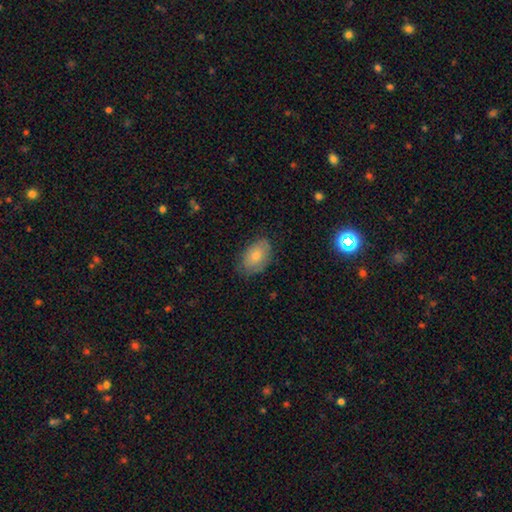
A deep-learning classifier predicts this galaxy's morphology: smooth_or_featured: smooth (p=0.74) [alt: featured or disk p=0.19]
how_rounded: in between (p=0.89) [alt: round p=0.09]
merging: none (p=0.74) [alt: minor disturbance p=0.21]